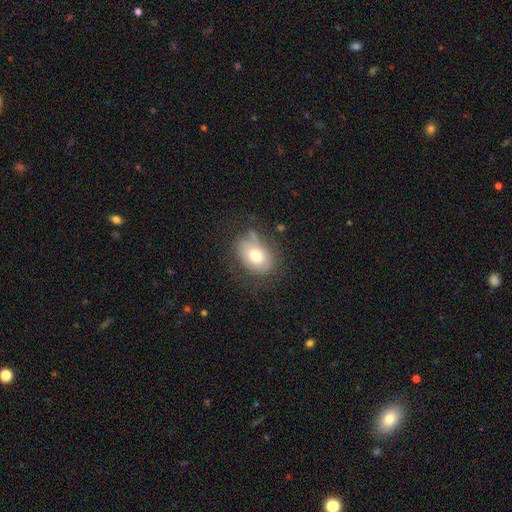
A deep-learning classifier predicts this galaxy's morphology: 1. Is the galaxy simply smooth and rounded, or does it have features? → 69% smooth, 23% featured or disk, 9% star or artifact.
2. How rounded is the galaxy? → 76% in between, 23% round, 1% cigar-shaped.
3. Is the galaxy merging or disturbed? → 59% none, 26% minor disturbance, 12% major disturbance, 3% merger.